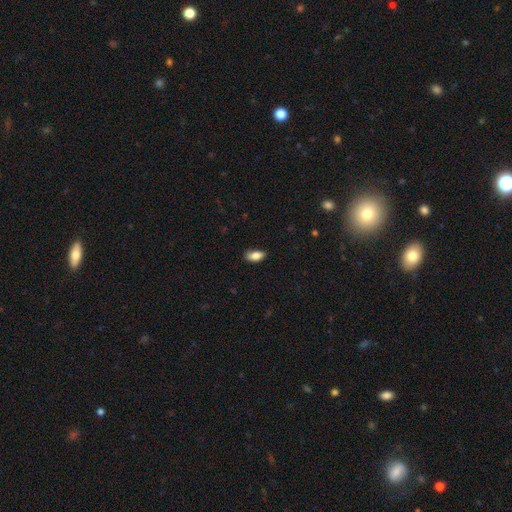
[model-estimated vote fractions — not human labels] This appears to be a smooth galaxy with no disk features (85%) that is in between round and cigar-shaped (91%). Merging: none (79%).